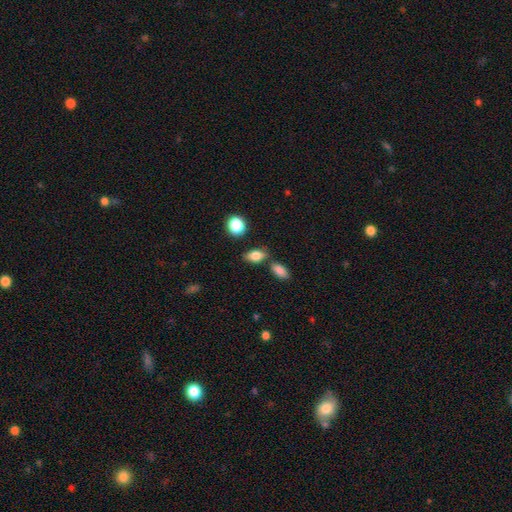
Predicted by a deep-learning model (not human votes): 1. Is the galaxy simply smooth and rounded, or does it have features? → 79% smooth, 11% featured or disk, 9% star or artifact.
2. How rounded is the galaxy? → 83% in between, 10% round, 7% cigar-shaped.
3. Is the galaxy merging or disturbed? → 70% none, 13% minor disturbance, 13% merger, 4% major disturbance.